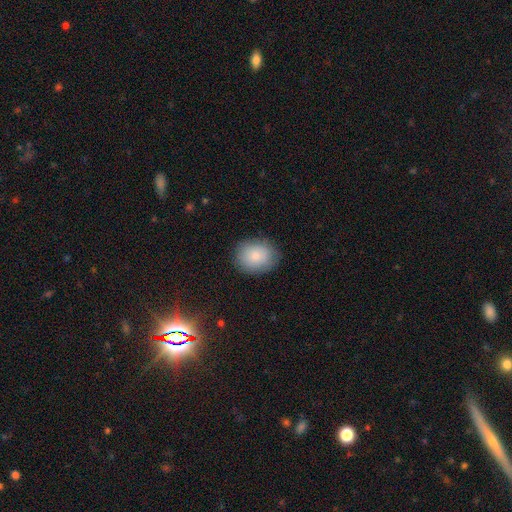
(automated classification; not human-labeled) Smooth or featured: smooth — 85% (featured or disk — 8%)
How rounded: in between — 50% (round — 49%)
Merging: none — 86% (minor disturbance — 10%)